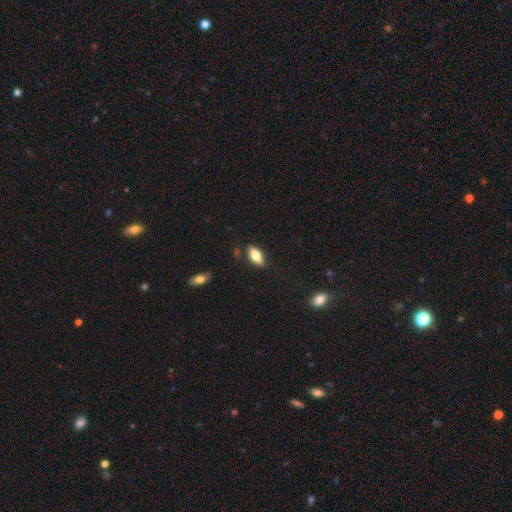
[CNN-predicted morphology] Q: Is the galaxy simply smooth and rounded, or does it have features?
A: smooth — 72%.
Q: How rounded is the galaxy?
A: in between — 81%.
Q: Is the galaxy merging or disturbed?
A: none — 83%.